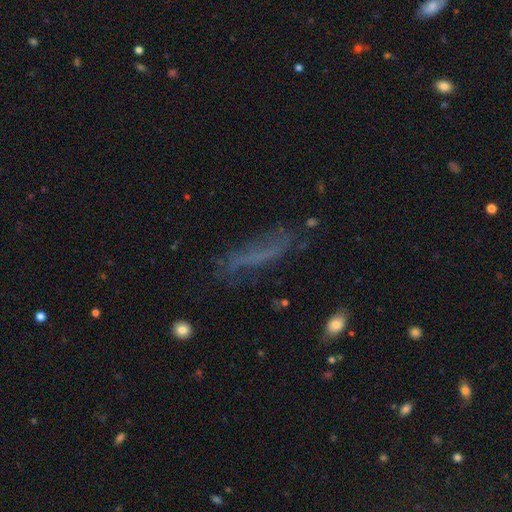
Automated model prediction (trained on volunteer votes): Overall: smooth (43%; featured or disk 38%). Merging: none (67%).